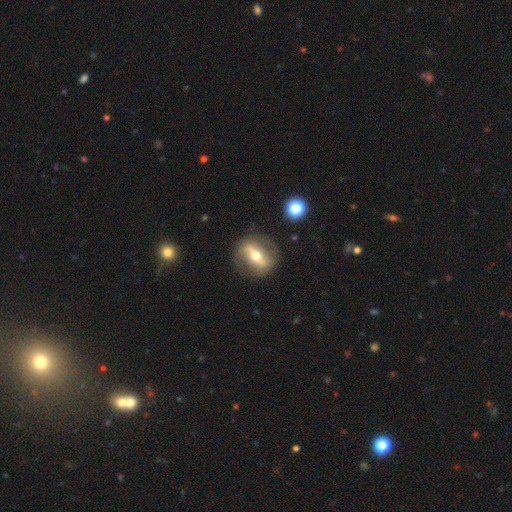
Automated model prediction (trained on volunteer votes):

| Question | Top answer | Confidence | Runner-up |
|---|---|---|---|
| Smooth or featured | featured or disk | 66% | smooth (26%) |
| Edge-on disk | no | 73% | yes (27%) |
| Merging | none | 81% | minor disturbance (12%) |